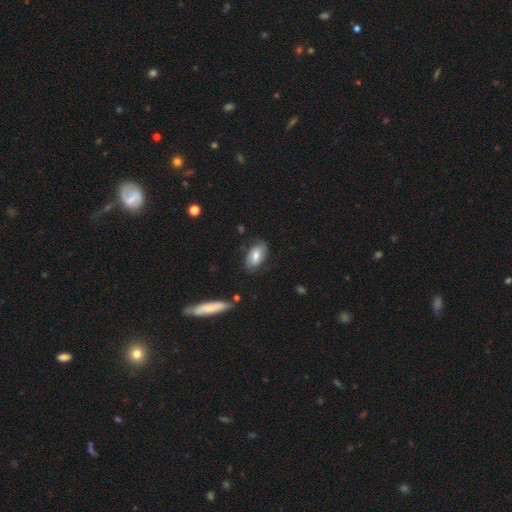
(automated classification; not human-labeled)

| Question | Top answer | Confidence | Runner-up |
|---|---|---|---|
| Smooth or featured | smooth | 68% | featured or disk (25%) |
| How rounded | in between | 92% | round (5%) |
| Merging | none | 77% | minor disturbance (18%) |